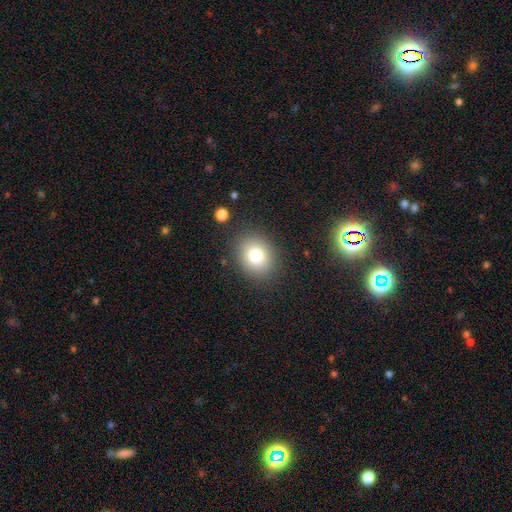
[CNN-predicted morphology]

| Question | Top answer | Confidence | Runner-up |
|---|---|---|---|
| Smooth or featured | smooth | 78% | star or artifact (12%) |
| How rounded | round | 61% | in between (39%) |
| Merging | none | 86% | minor disturbance (9%) |